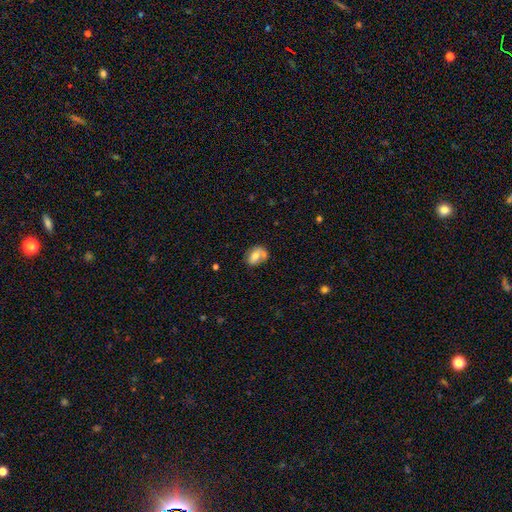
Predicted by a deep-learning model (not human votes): Overall: smooth (68%). How rounded: in between (71%). Merging: none (44%; merger 30%).